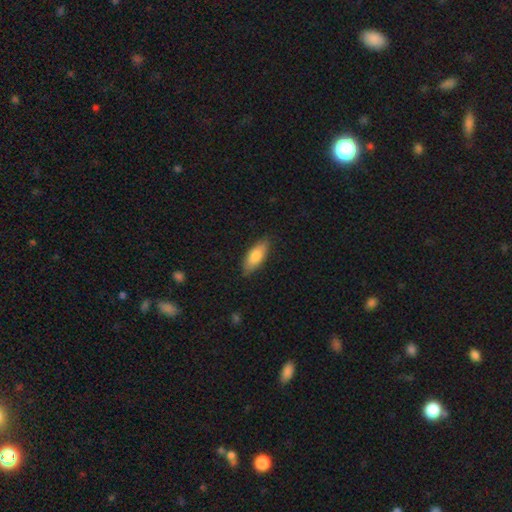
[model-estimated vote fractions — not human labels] Morphology: type=smooth (79%); roundness=in between (73%); merging=none (85%).